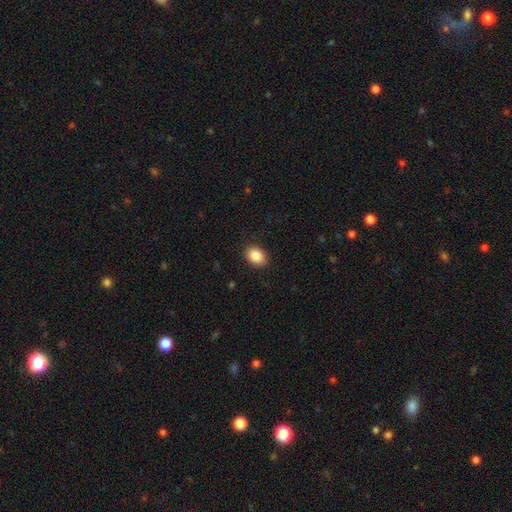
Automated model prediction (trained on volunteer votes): A smooth galaxy with no disk features (87%) that is in between round and cigar-shaped (71%). Merging: none (89%).